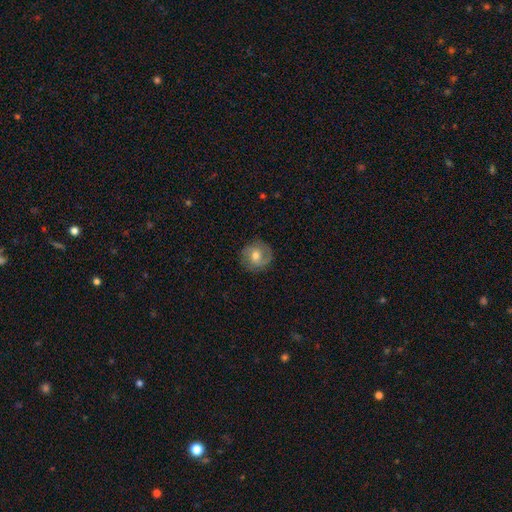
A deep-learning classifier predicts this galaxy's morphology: The model was most divided on "smooth or featured": featured or disk: 48%, smooth: 43%, star or artifact: 8%. More confident: merging — none (83%).